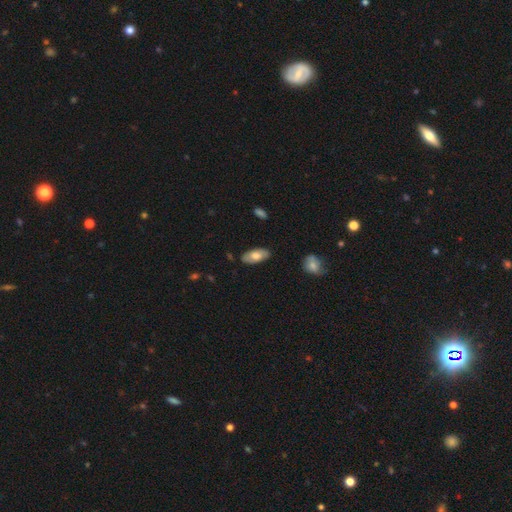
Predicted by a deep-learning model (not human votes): Overall: smooth (70%). How rounded: in between (90%). Merging: none (85%).